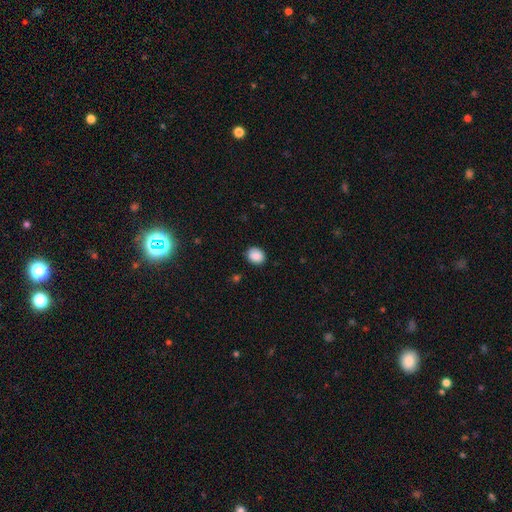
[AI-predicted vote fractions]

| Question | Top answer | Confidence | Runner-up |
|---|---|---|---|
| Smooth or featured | smooth | 89% | star or artifact (8%) |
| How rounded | round | 57% | in between (42%) |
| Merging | none | 86% | minor disturbance (11%) |